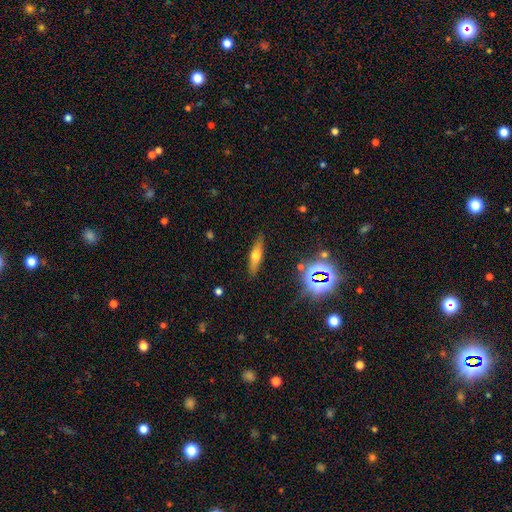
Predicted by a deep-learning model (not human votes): Smooth or featured? smooth (46%)
Merging? none (87%)